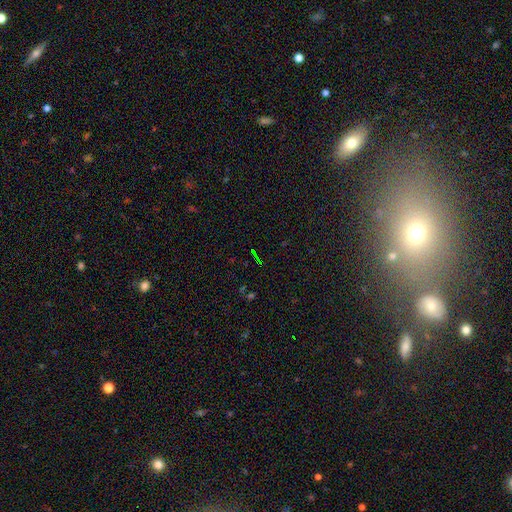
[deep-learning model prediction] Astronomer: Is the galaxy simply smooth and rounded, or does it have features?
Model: star or artifact — 73%.